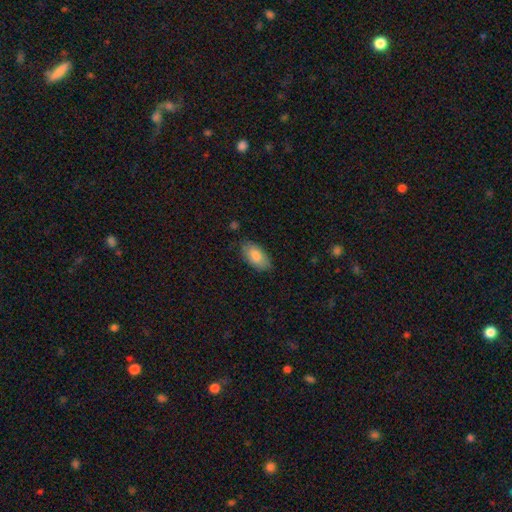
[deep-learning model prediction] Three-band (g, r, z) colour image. It shows a smooth galaxy with no disk features (83%) that is in between round and cigar-shaped (93%). Merging: none (80%).